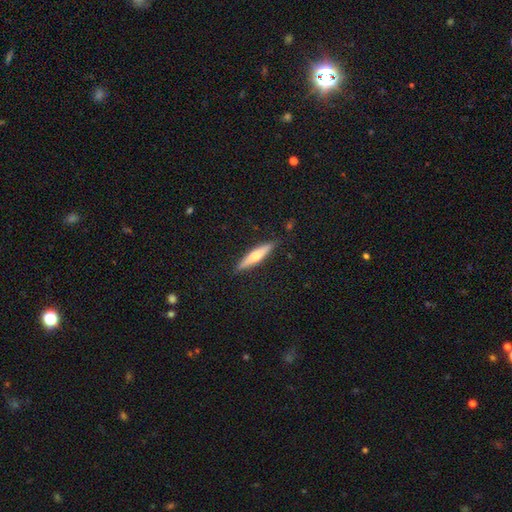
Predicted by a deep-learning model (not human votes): smooth_or_featured: featured or disk (p=0.49) [alt: smooth p=0.46]
merging: none (p=0.88) [alt: minor disturbance p=0.09]